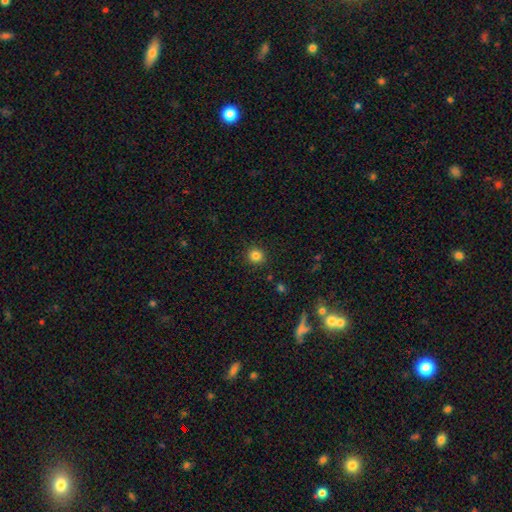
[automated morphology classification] This is clearly a smooth galaxy (84%). How rounded: clearly round (88%). Merging: clearly none (91%).